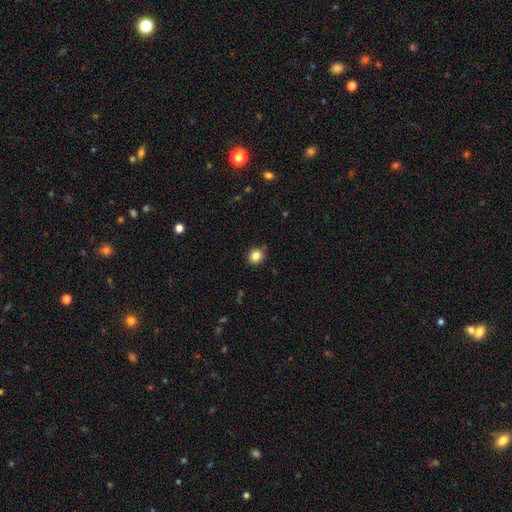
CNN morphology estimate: Smooth or featured?
  - smooth: 84% *
  - star or artifact: 11%
  - featured or disk: 5%
How rounded?
  - round: 83% *
  - in between: 16%
  - cigar-shaped: 1%
Merging?
  - none: 85% *
  - minor disturbance: 11%
  - major disturbance: 2%
  - merger: 2%